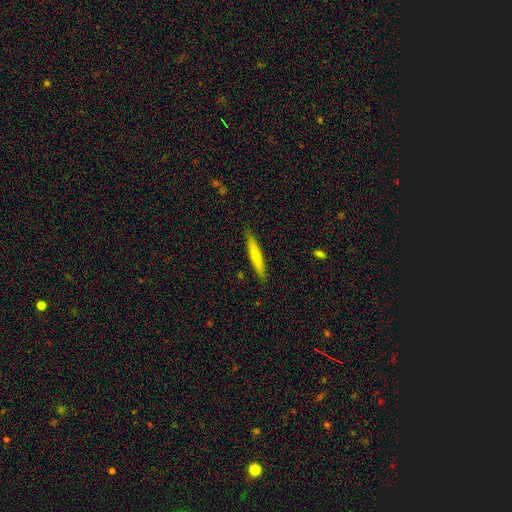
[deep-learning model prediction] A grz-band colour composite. It shows a smooth galaxy with no disk features (64%) that is cigar-shaped (93%). Merging: none (89%).